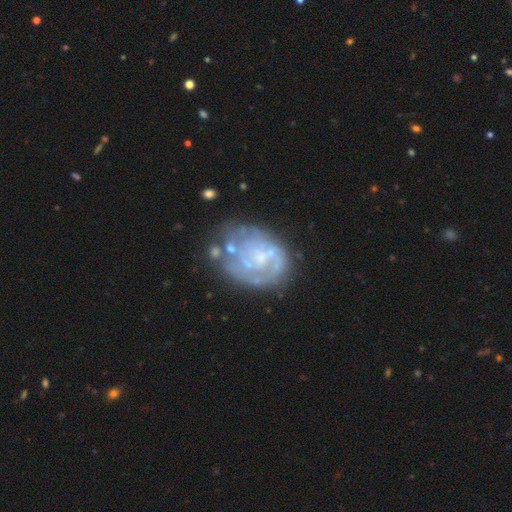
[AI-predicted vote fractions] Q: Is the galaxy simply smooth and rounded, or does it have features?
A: featured or disk — 72%.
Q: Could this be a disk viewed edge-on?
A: no — 98%.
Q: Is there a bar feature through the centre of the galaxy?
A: no — 69%.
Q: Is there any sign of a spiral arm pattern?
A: yes — 60%.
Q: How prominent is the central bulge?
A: small — 45%.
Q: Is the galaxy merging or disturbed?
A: none — 49%.